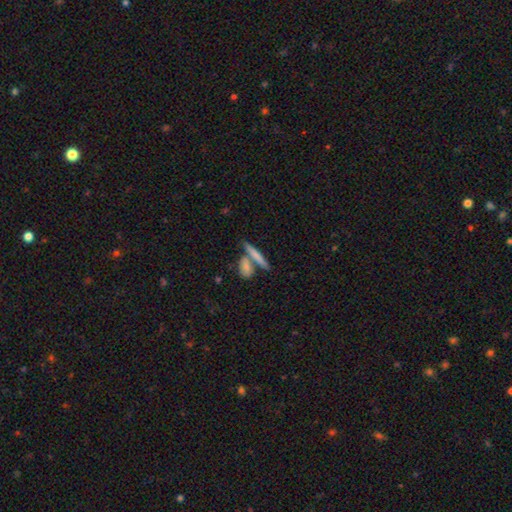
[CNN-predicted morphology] A smooth galaxy with no disk features (67%) that is cigar-shaped (77%). Merging: none (56%).